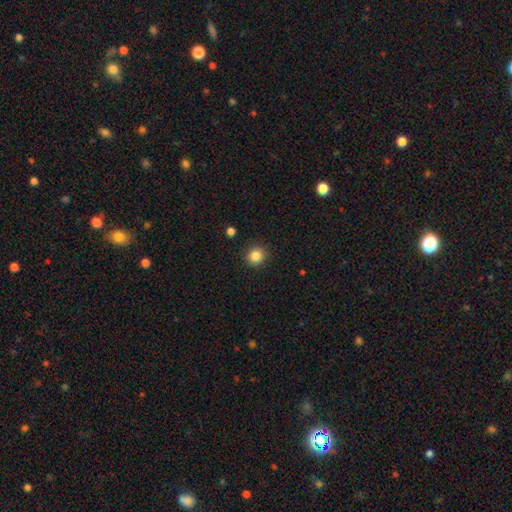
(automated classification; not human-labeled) smooth-or-featured: smooth: 85% | star or artifact: 11% | featured or disk: 4%
  how-rounded: round: 92% | in between: 7% | cigar-shaped: 1%
  merging: none: 91% | minor disturbance: 6% | major disturbance: 2% | merger: 1%